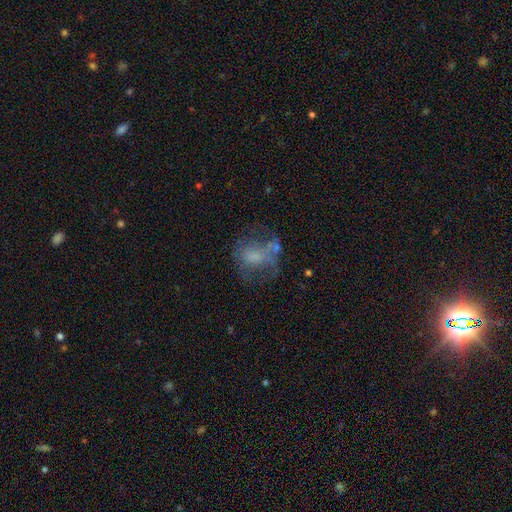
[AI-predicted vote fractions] Smooth or featured: featured or disk — 46% (smooth — 40%)
Merging: none — 38% (major disturbance — 34%)